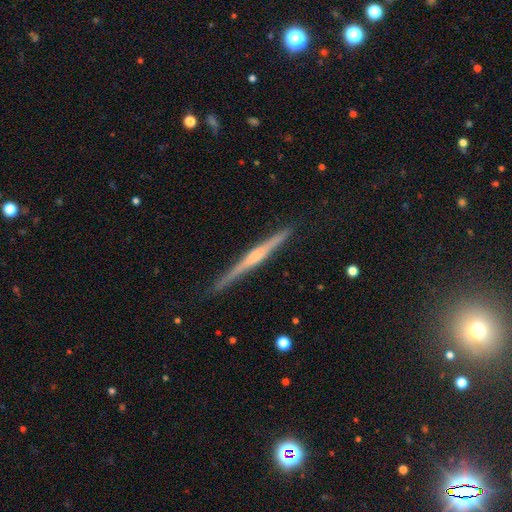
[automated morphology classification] This appears to be a featured or disk galaxy (77%) viewed edge-on (98%) with a rounded central bulge (65%). Merging: none (88%).